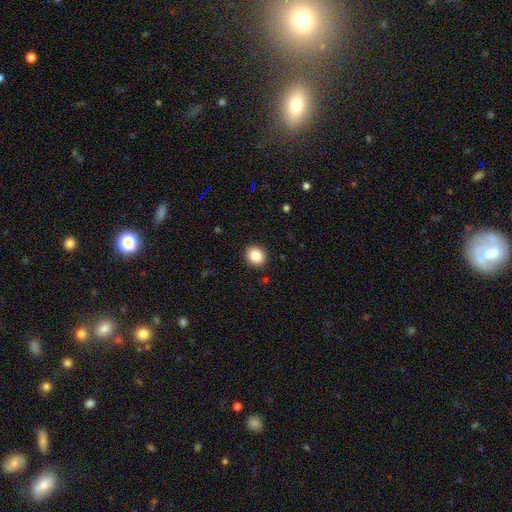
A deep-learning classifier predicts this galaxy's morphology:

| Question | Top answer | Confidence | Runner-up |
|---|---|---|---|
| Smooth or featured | smooth | 87% | star or artifact (9%) |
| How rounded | round | 72% | in between (27%) |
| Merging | none | 91% | minor disturbance (6%) |